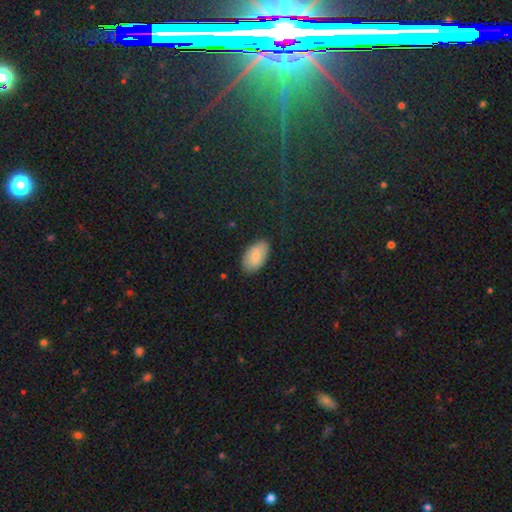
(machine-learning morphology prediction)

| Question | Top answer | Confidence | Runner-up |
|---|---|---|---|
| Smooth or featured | smooth | 78% | featured or disk (15%) |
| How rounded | in between | 94% | round (4%) |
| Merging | none | 84% | minor disturbance (12%) |